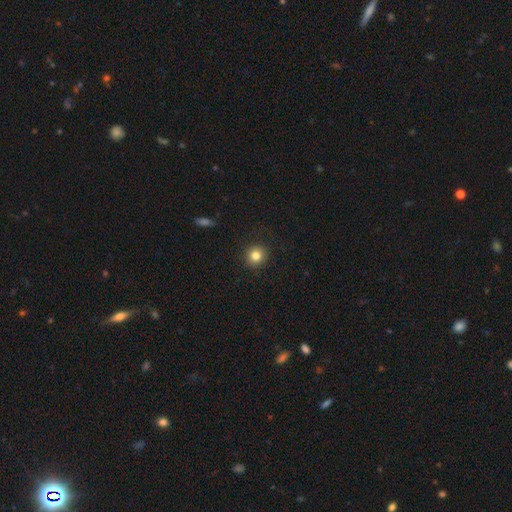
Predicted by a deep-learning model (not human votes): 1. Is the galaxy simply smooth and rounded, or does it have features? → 82% smooth, 11% star or artifact, 7% featured or disk.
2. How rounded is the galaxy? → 91% round, 8% in between, 1% cigar-shaped.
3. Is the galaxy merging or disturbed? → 91% none, 6% minor disturbance, 2% major disturbance, 1% merger.